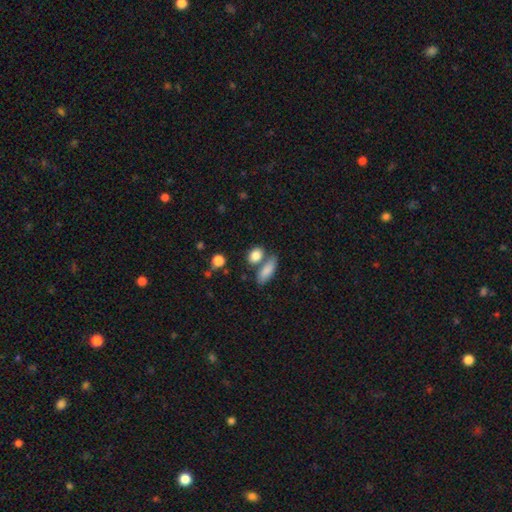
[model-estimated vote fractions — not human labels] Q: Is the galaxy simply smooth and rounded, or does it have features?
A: smooth — 85%.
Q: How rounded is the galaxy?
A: in between — 67%.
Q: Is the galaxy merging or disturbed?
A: none — 58%.